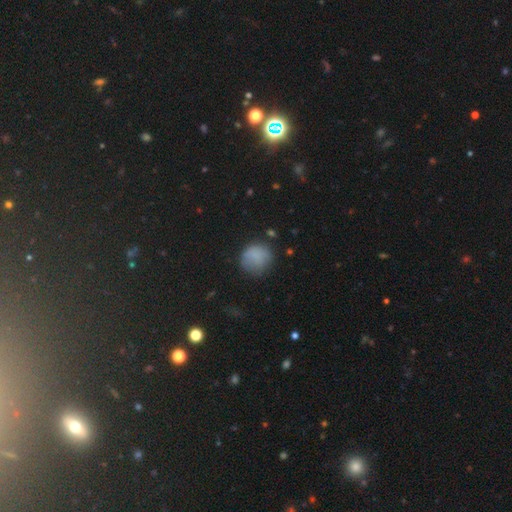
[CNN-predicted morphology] Overall: smooth (81%). How rounded: round (85%). Merging: none (67%).